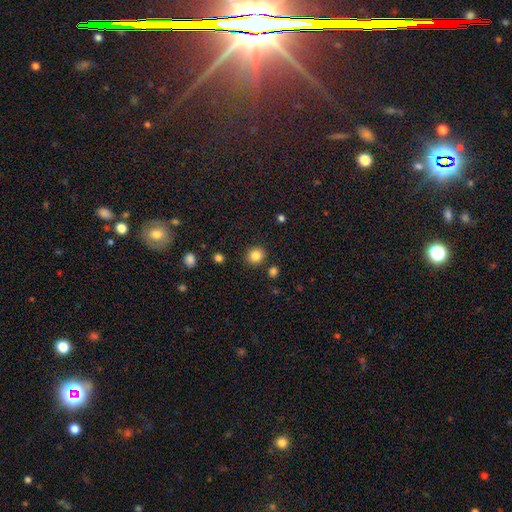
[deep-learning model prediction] smooth_or_featured: smooth (p=0.84) [alt: star or artifact p=0.11]
how_rounded: round (p=0.85) [alt: in between p=0.14]
merging: none (p=0.88) [alt: minor disturbance p=0.07]